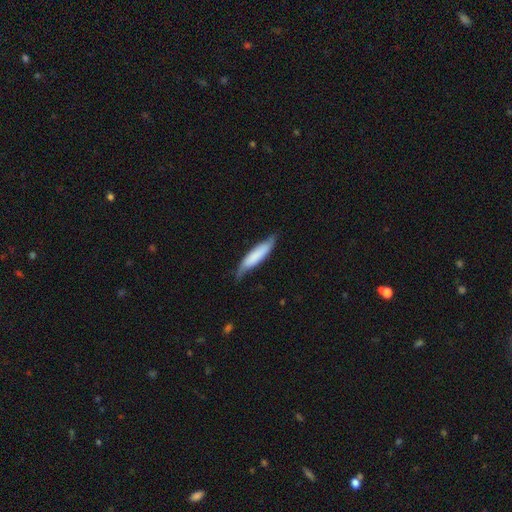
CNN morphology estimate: smooth 68%, featured or disk 27%, star or artifact 6%. Down the decision tree: how rounded — cigar-shaped (78%); merging — none (62%).